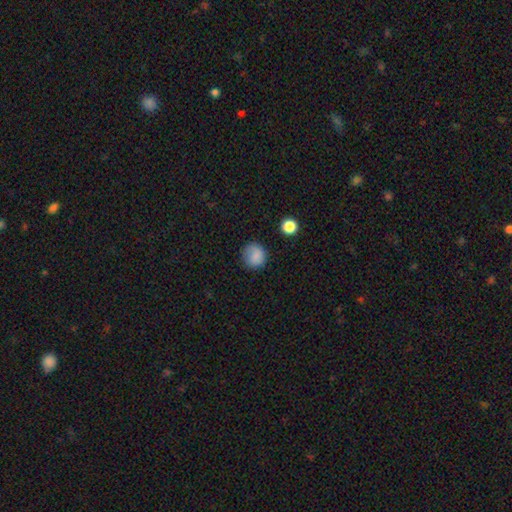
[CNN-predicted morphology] Smooth or featured? smooth (84%)
How rounded? round (87%)
Merging? none (76%)